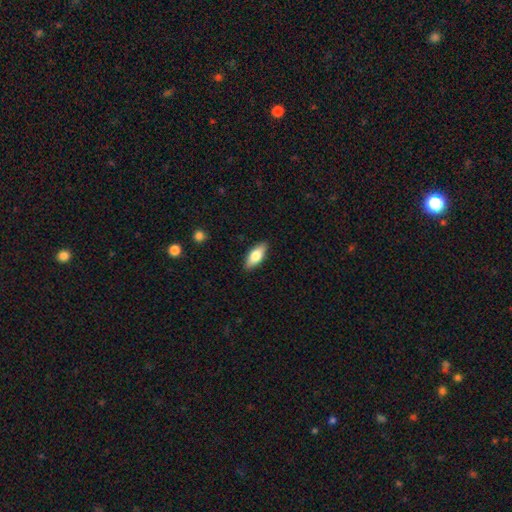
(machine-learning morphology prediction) smooth_or_featured: smooth (p=0.73) [alt: featured or disk p=0.21]
how_rounded: in between (p=0.81) [alt: cigar-shaped p=0.17]
merging: none (p=0.88) [alt: minor disturbance p=0.09]